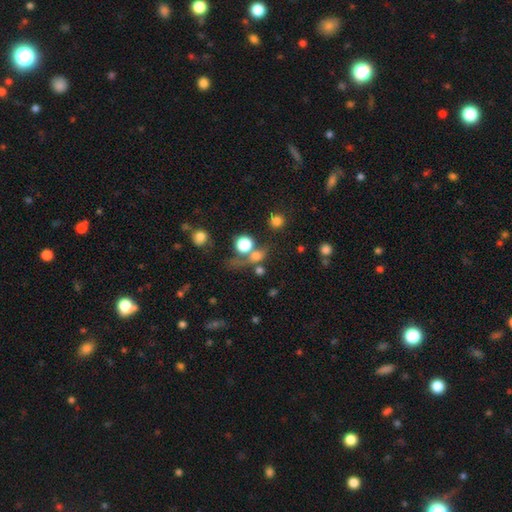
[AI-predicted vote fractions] smooth-or-featured: smooth: 65% | star or artifact: 23% | featured or disk: 12%
  how-rounded: round: 73% | in between: 23% | cigar-shaped: 4%
  merging: none: 51% | merger: 25% | minor disturbance: 13% | major disturbance: 11%